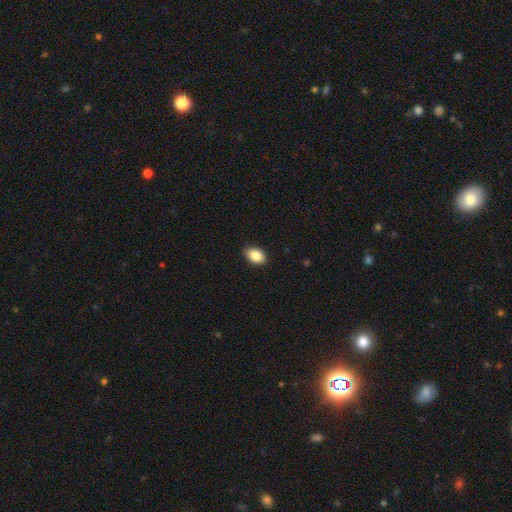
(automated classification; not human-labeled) A smooth galaxy with no disk features (87%) that is in between round and cigar-shaped (85%).

Vote fractions:
- Smooth or featured? smooth: 87% / star or artifact: 7% / featured or disk: 5%
- How rounded? in between: 85% / round: 13% / cigar-shaped: 1%
- Merging? none: 88% / minor disturbance: 9% / major disturbance: 2% / merger: 1%